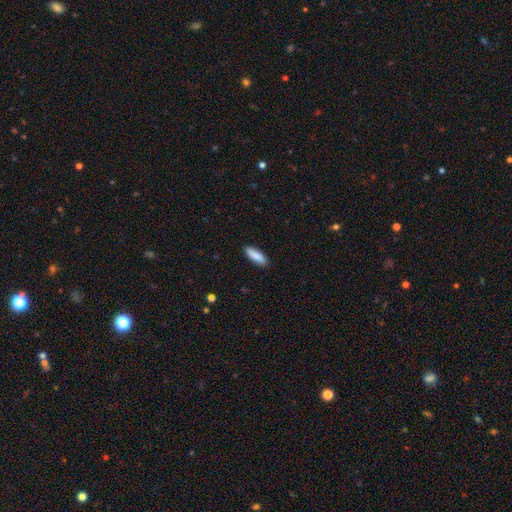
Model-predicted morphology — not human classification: A smooth galaxy with no disk features (87%) that is cigar-shaped (50%). Merging: none (88%).